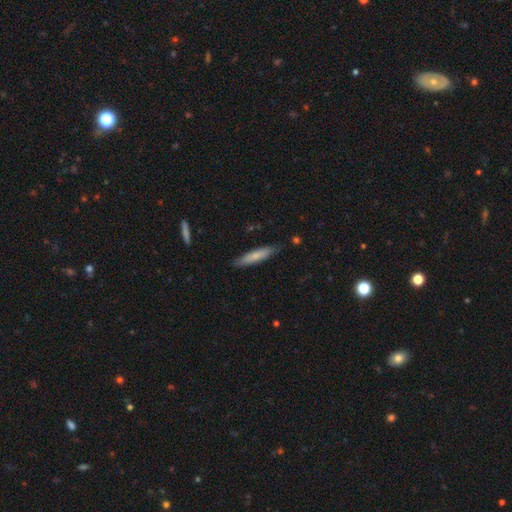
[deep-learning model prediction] smooth-or-featured: smooth: 71% | featured or disk: 24% | star or artifact: 5%
  how-rounded: cigar-shaped: 87% | in between: 11% | round: 1%
  merging: none: 83% | minor disturbance: 14% | major disturbance: 2% | merger: 2%